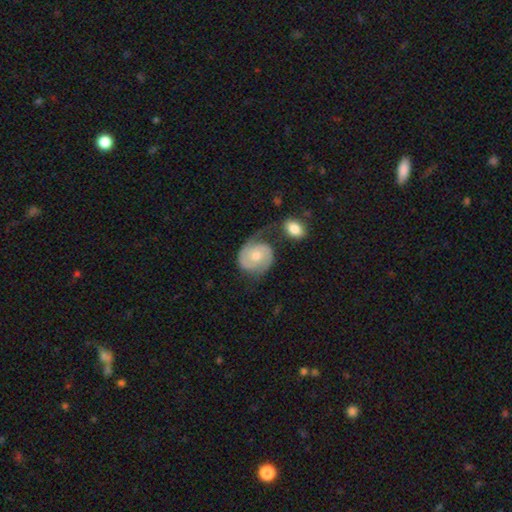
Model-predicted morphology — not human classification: Q: Smooth or featured?
A: featured or disk (79%); runner-up: smooth (16%)
Q: Edge-on disk?
A: no (98%); runner-up: yes (2%)
Q: Bar?
A: no (70%); runner-up: weak (25%)
Q: Spiral arms?
A: yes (94%); runner-up: no (6%)
Q: Spiral winding?
A: tight (47%); runner-up: medium (38%)
Q: Spiral arm count?
A: 2 (82%); runner-up: 1 (7%)
Q: Bulge size?
A: moderate (62%); runner-up: small (30%)
Q: Merging?
A: none (50%); runner-up: minor disturbance (23%)